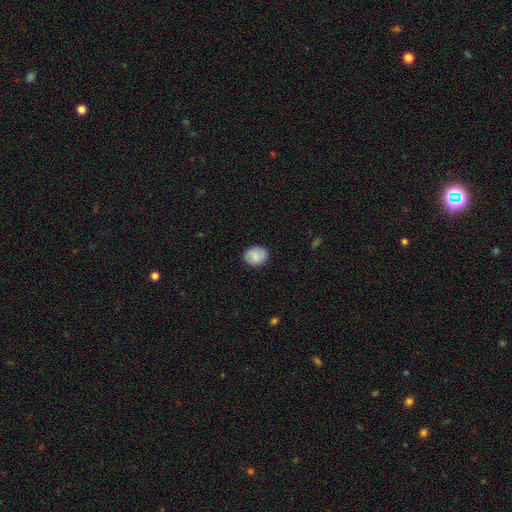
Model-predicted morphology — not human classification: smooth_or_featured: smooth (p=0.70) [alt: featured or disk p=0.23]
how_rounded: round (p=0.58) [alt: in between p=0.41]
merging: none (p=0.86) [alt: minor disturbance p=0.11]